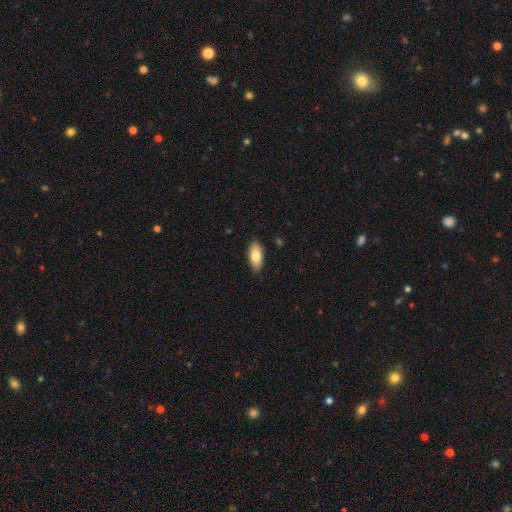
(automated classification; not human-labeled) A smooth galaxy with no disk features (80%) that is in between round and cigar-shaped (87%).

Vote fractions:
- Smooth or featured? smooth: 80% / featured or disk: 13% / star or artifact: 6%
- How rounded? in between: 87% / cigar-shaped: 10% / round: 2%
- Merging? none: 86% / minor disturbance: 11% / major disturbance: 2% / merger: 1%